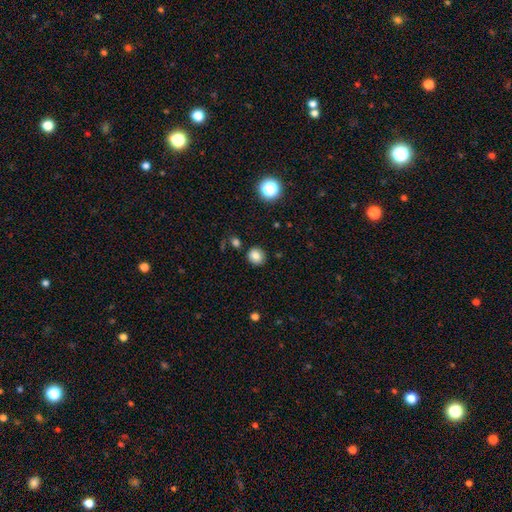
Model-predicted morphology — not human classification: smooth 82%, star or artifact 12%, featured or disk 6%. Down the decision tree: how rounded — round (76%); merging — none (85%).